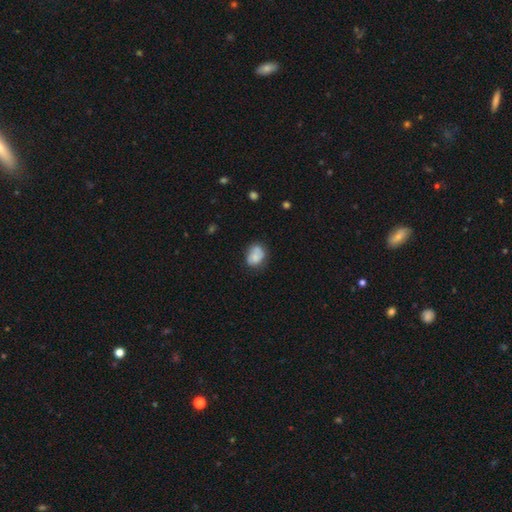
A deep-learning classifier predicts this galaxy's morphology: The model was most divided on "how rounded": in between: 61%, round: 37%, cigar-shaped: 1%. More confident: smooth or featured — smooth (71%); merging — none (52%).